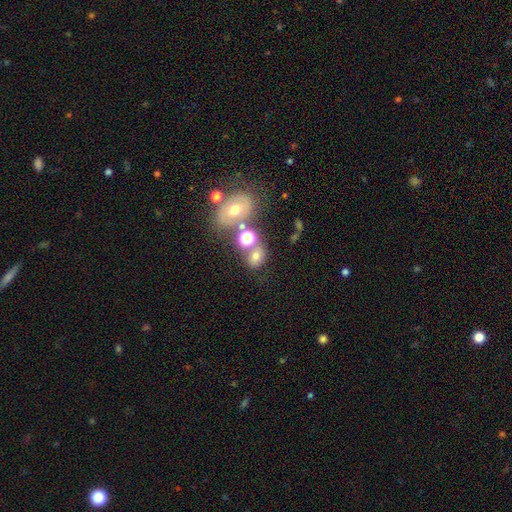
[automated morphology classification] Q: Smooth or featured?
A: smooth (64%); runner-up: star or artifact (19%)
Q: How rounded?
A: round (50%); runner-up: in between (48%)
Q: Merging?
A: none (54%); runner-up: merger (25%)